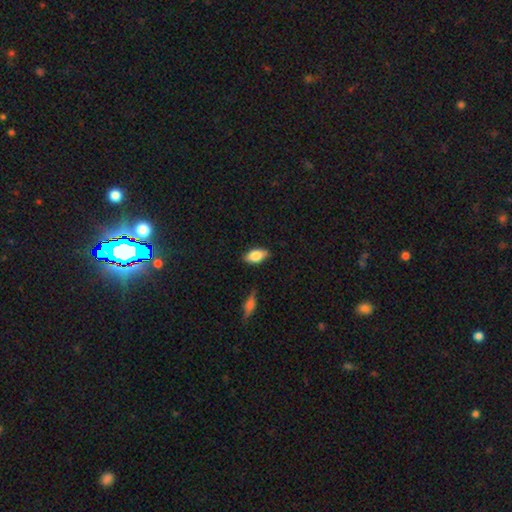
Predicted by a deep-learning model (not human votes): This is likely a smooth galaxy (77%). How rounded: clearly in between (89%). Merging: clearly none (82%).